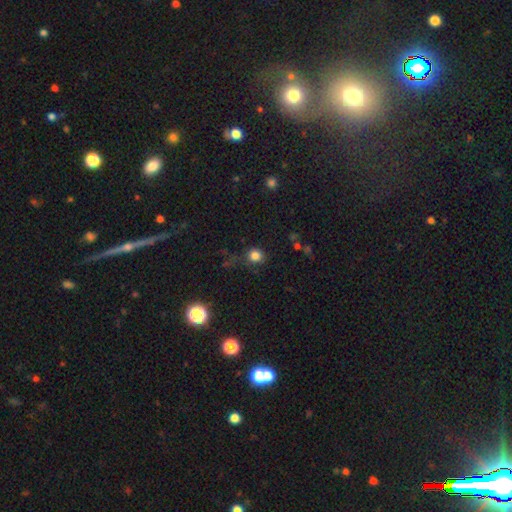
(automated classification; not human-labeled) This is clearly a smooth galaxy (81%). How rounded: clearly round (83%). Merging: likely none (75%).